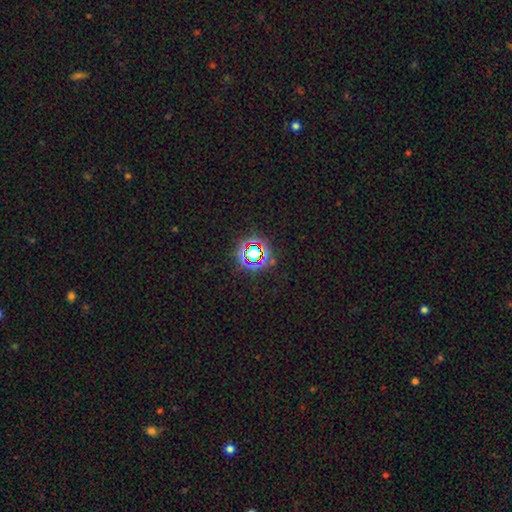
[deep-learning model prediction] This appears to be a star or artifact, not a galaxy (69%).